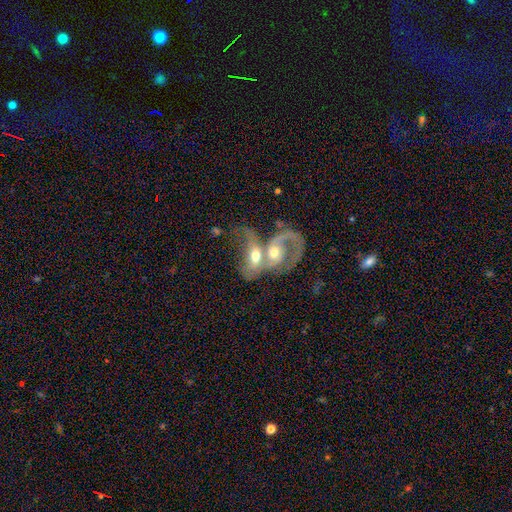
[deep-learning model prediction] smooth_or_featured: featured or disk (p=0.65) [alt: smooth p=0.28]
disk_edge_on: no (p=0.94) [alt: yes p=0.06]
bar: no (p=0.65) [alt: weak p=0.26]
has_spiral_arms: yes (p=0.69) [alt: no p=0.31]
bulge_size: moderate (p=0.66) [alt: small p=0.19]
merging: merger (p=0.81) [alt: major disturbance p=0.09]